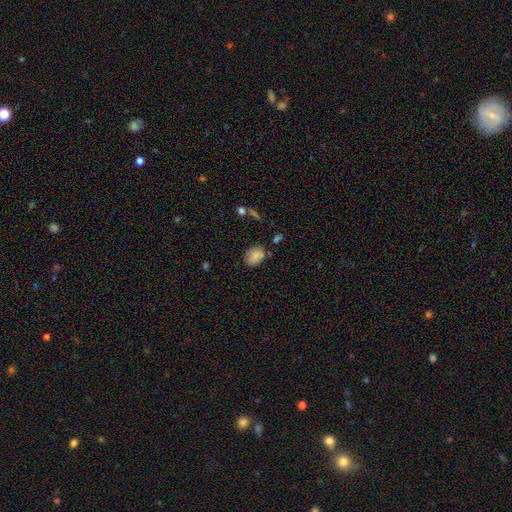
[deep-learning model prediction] smooth 84%, star or artifact 9%, featured or disk 8%. Down the decision tree: how rounded — in between (60%); merging — none (73%).